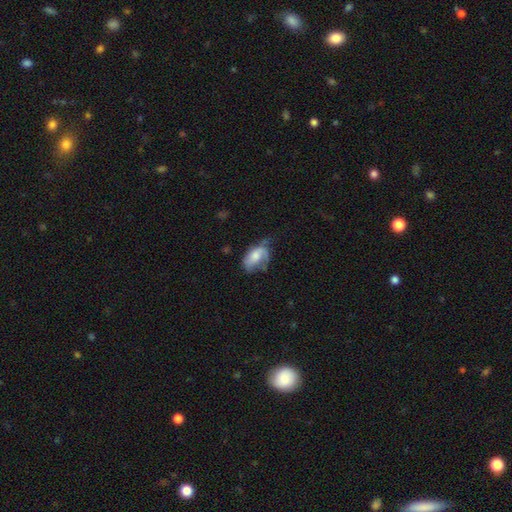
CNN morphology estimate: This appears to be a smooth galaxy with no disk features (51%) that is in between round and cigar-shaped (88%). Merging: minor disturbance (34%).